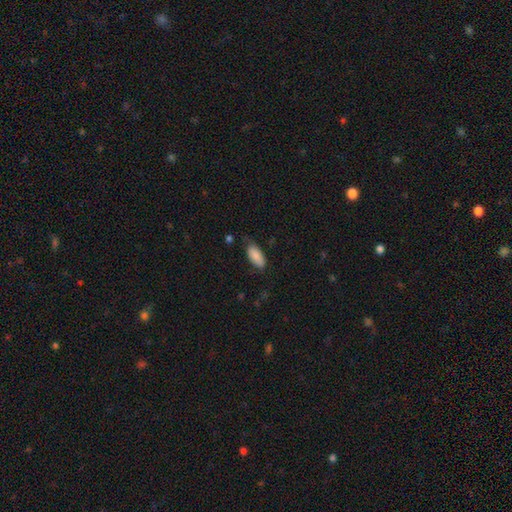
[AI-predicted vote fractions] smooth-or-featured: smooth: 84% | featured or disk: 9% | star or artifact: 6%
  how-rounded: in between: 89% | cigar-shaped: 9% | round: 2%
  merging: none: 63% | minor disturbance: 29% | major disturbance: 6% | merger: 2%